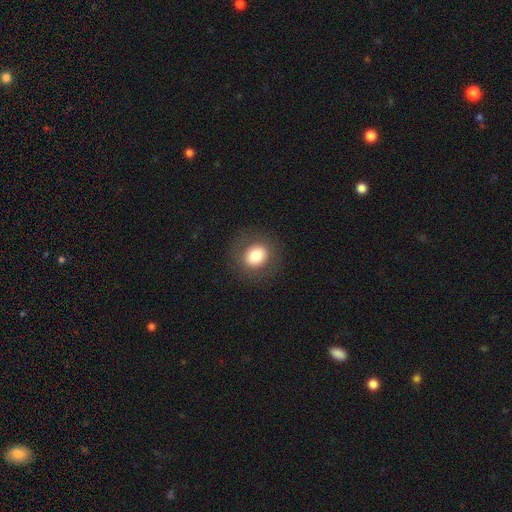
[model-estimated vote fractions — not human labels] This appears to be a smooth galaxy with no disk features (78%) that is round (76%). Merging: none (87%).